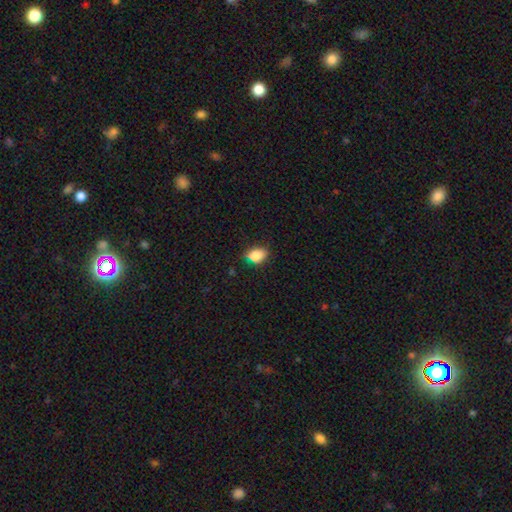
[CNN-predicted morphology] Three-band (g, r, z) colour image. It shows a smooth galaxy with no disk features (84%) that is in between round and cigar-shaped (74%). Merging: none (67%).